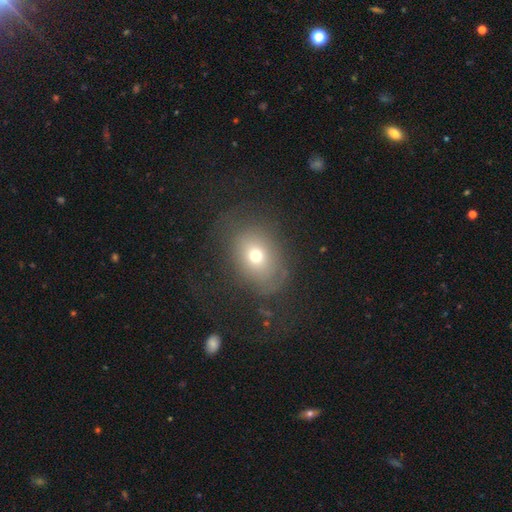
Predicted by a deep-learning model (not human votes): smooth-or-featured: smooth: 66% | featured or disk: 19% | star or artifact: 16%
  how-rounded: in between: 57% | round: 42% | cigar-shaped: 1%
  merging: none: 67% | minor disturbance: 17% | major disturbance: 14% | merger: 2%